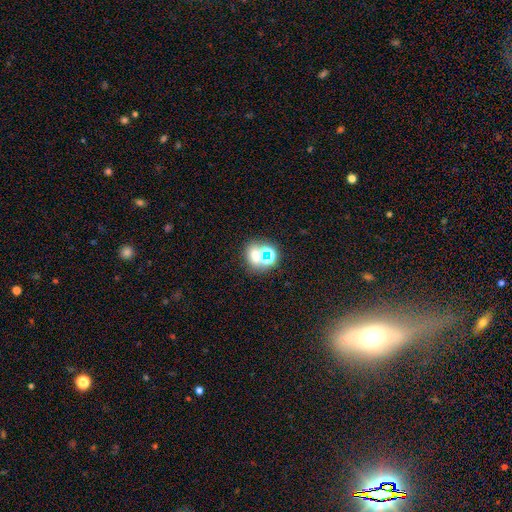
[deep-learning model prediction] The model was most divided on "smooth or featured": smooth: 49%, star or artifact: 39%, featured or disk: 13%. More confident: merging — none (58%).